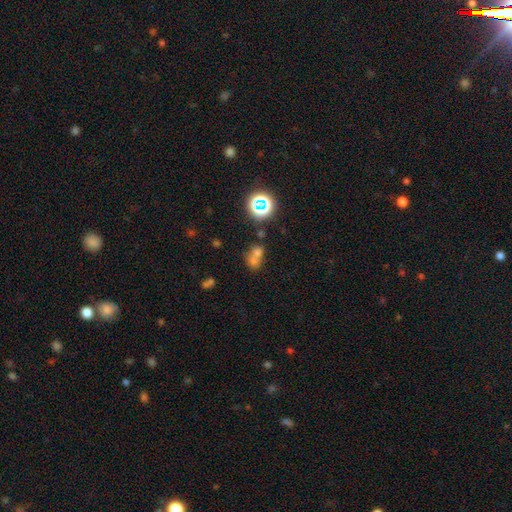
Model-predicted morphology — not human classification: smooth 61%, star or artifact 24%, featured or disk 15%. Down the decision tree: how rounded — round (61%); merging — merger (58%).